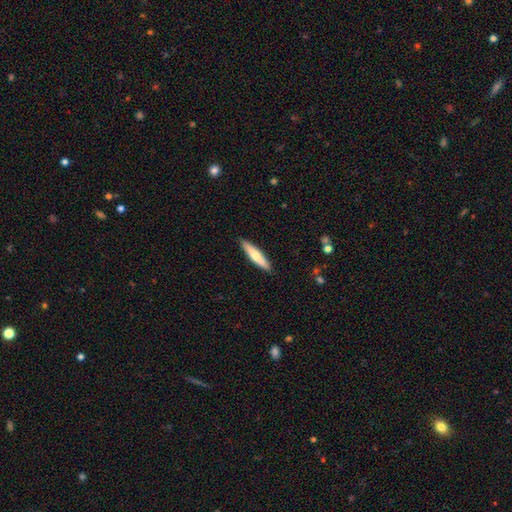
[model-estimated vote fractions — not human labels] smooth_or_featured: smooth (p=0.61) [alt: featured or disk p=0.34]
how_rounded: cigar-shaped (p=0.84) [alt: in between p=0.15]
merging: none (p=0.90) [alt: minor disturbance p=0.07]